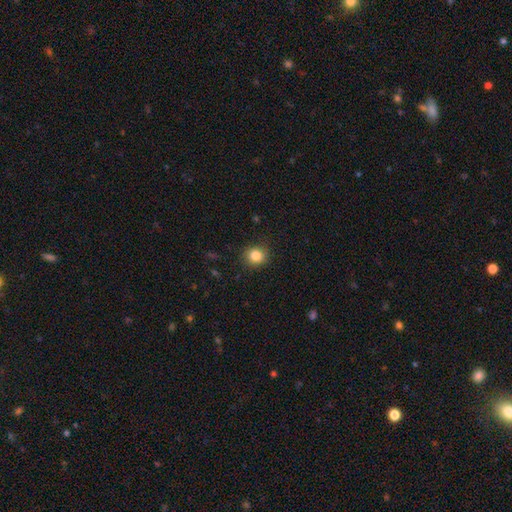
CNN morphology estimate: Overall: smooth (84%). How rounded: round (82%). Merging: none (88%).